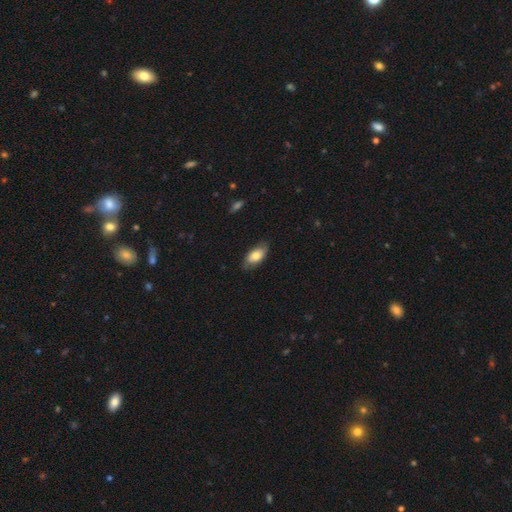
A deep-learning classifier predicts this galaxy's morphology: This appears to be a smooth galaxy with no disk features (76%) that is in between round and cigar-shaped (92%). Merging: none (78%).